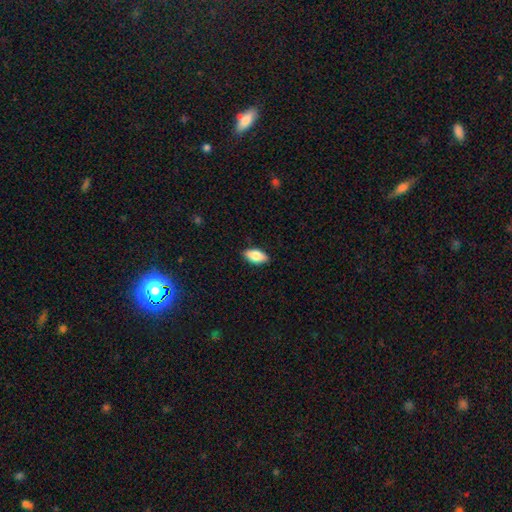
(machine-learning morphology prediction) smooth-or-featured: smooth: 80% | featured or disk: 14% | star or artifact: 7%
  how-rounded: in between: 91% | cigar-shaped: 6% | round: 3%
  merging: none: 87% | minor disturbance: 10% | major disturbance: 2% | merger: 1%